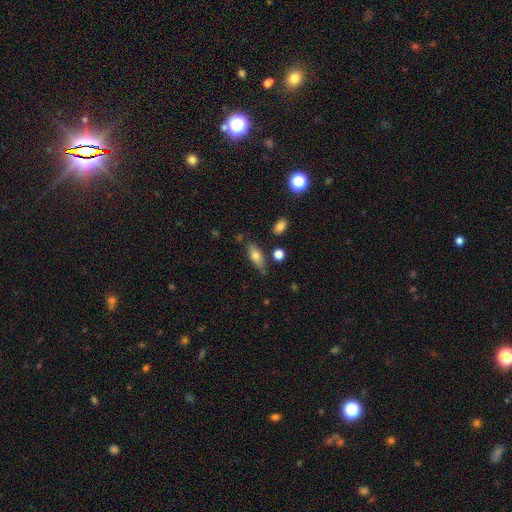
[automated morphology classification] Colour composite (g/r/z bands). It shows a smooth galaxy with no disk features (70%) that is in between round and cigar-shaped (75%). Merging: none (73%).